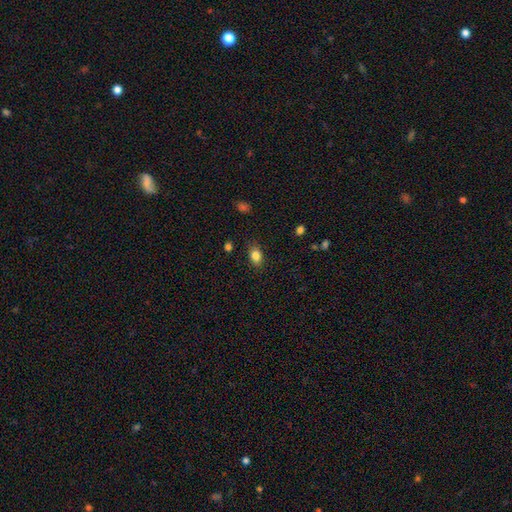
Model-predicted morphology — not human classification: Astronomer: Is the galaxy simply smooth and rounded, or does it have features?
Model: smooth — 84%.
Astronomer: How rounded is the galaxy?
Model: in between — 81%.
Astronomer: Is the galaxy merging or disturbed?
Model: none — 85%.